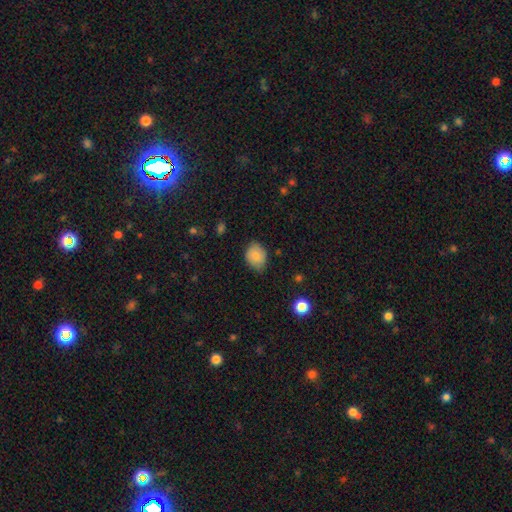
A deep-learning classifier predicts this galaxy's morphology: Overall: smooth (78%). How rounded: in between (55%; round 44%). Merging: none (65%; minor disturbance 30%).